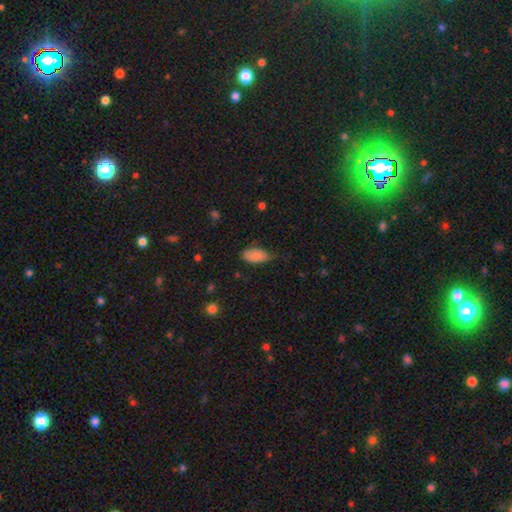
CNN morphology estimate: Smooth or featured: smooth — 86% (star or artifact — 7%)
How rounded: in between — 93% (cigar-shaped — 4%)
Merging: none — 60% (minor disturbance — 32%)